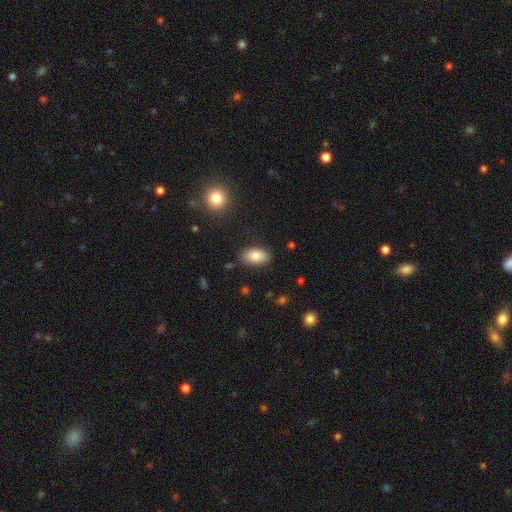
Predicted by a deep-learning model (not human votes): The model was most divided on "merging": none: 84%, minor disturbance: 12%, major disturbance: 3%, merger: 2%. More confident: how rounded — in between (93%); smooth or featured — smooth (84%).